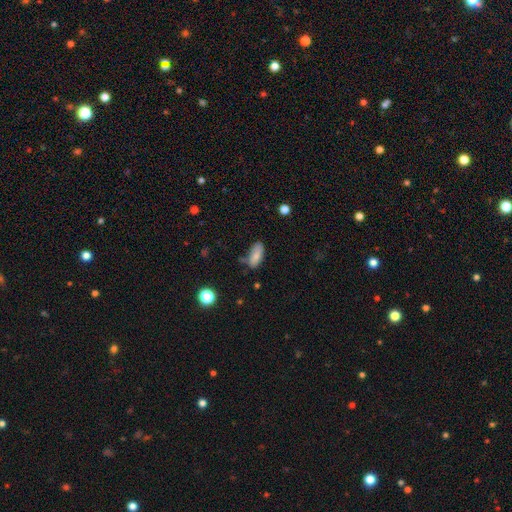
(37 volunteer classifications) Morphology: type=smooth (86%); roundness=in between (81%); merging=none (63%).